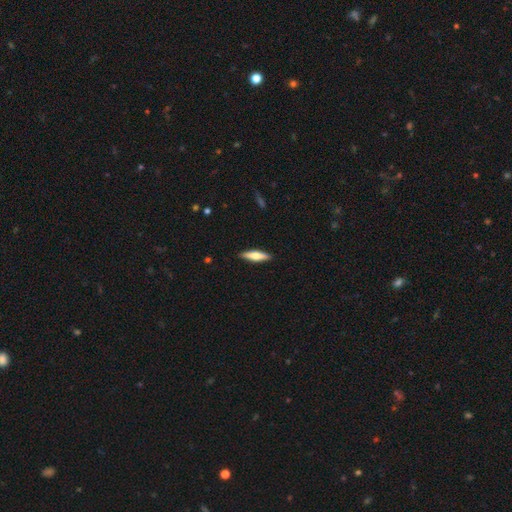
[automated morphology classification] This is likely a smooth galaxy (60%). How rounded: likely cigar-shaped (70%). Merging: clearly none (90%).